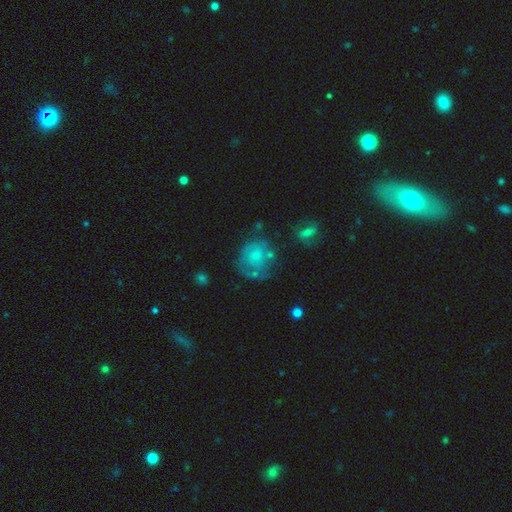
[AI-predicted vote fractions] Morphology: type=smooth (46%); merging=none (46%).